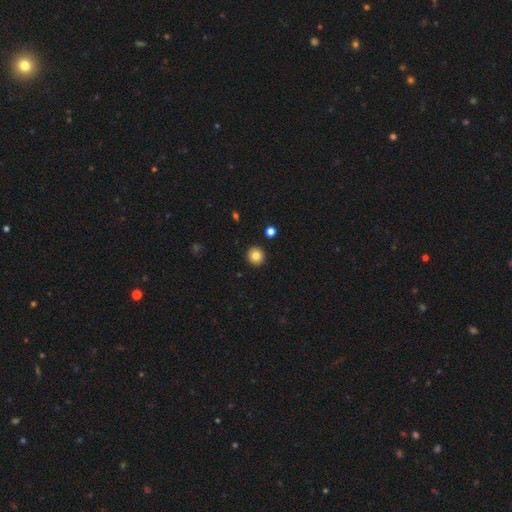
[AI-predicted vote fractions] A smooth galaxy with no disk features (83%) that is round (93%). Merging: none (92%).